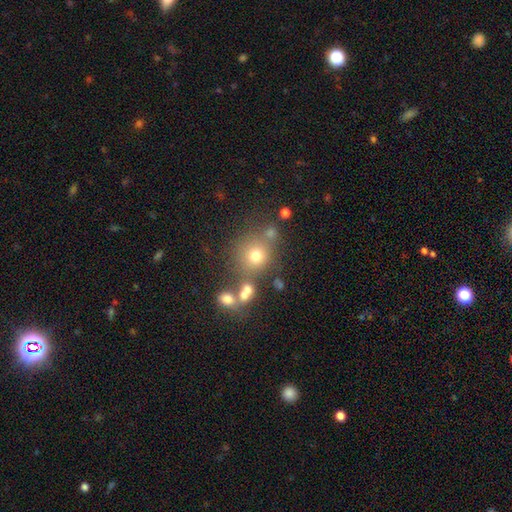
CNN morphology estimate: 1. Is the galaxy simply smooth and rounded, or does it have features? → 71% smooth, 17% star or artifact, 13% featured or disk.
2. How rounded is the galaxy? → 84% round, 15% in between, 1% cigar-shaped.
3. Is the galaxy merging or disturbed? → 64% none, 17% merger, 12% minor disturbance, 6% major disturbance.